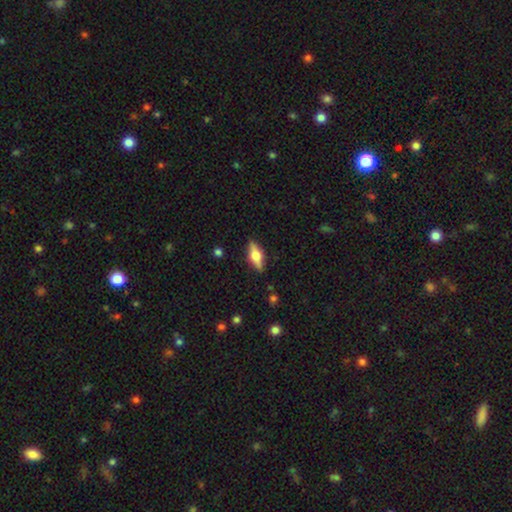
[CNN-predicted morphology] Smooth or featured: featured or disk — 59% (smooth — 34%)
Edge-on disk: yes — 94% (no — 6%)
Edge-on bulge: rounded — 93% (boxy — 6%)
Merging: none — 87% (minor disturbance — 9%)